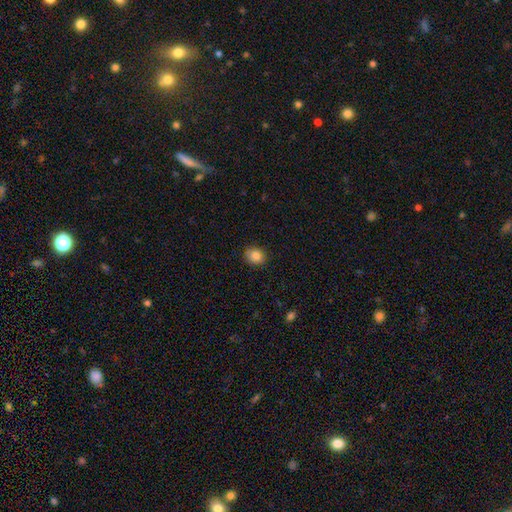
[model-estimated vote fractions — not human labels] Q: Smooth or featured?
A: smooth (85%); runner-up: star or artifact (9%)
Q: How rounded?
A: round (57%); runner-up: in between (42%)
Q: Merging?
A: none (87%); runner-up: minor disturbance (10%)